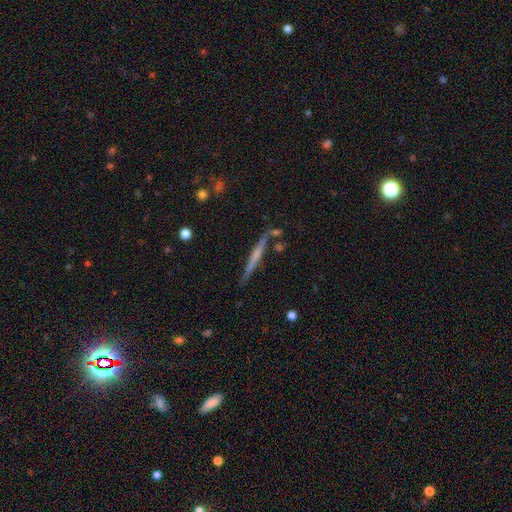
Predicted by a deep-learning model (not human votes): Morphology: type=featured or disk (65%); edge-on=yes (97%); edge-on bulge=none (48%); merging=none (84%).